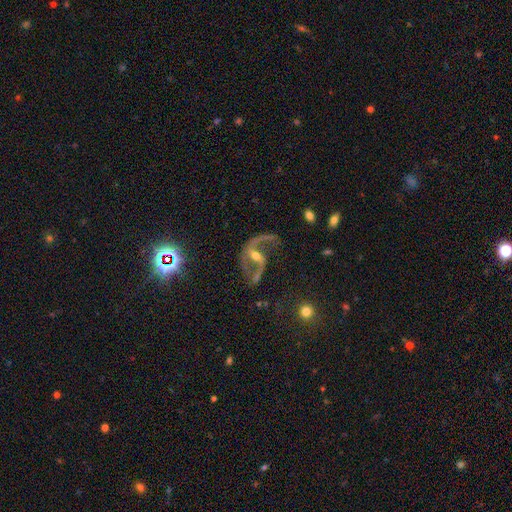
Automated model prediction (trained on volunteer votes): The model was most divided on "bar": weak: 38%, strong: 37%, no: 26%. More confident: edge-on disk — no (97%); spiral arms — yes (96%); smooth or featured — featured or disk (90%); spiral arm count — 2 (89%); spiral winding — loose (69%); merging — none (60%); bulge size — moderate (50%).